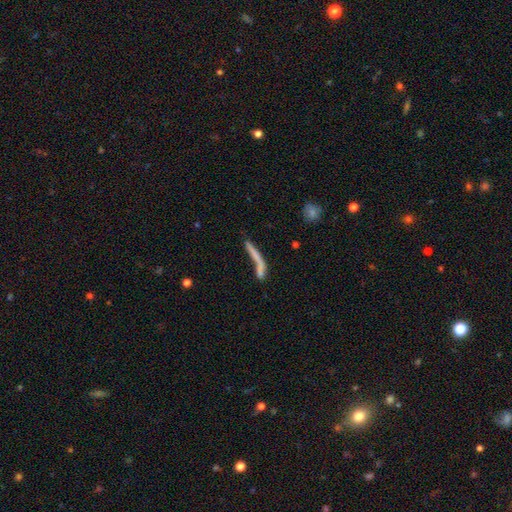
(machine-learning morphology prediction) This appears to be a smooth galaxy with no disk features (55%) that is cigar-shaped (89%). Merging: none (33%).